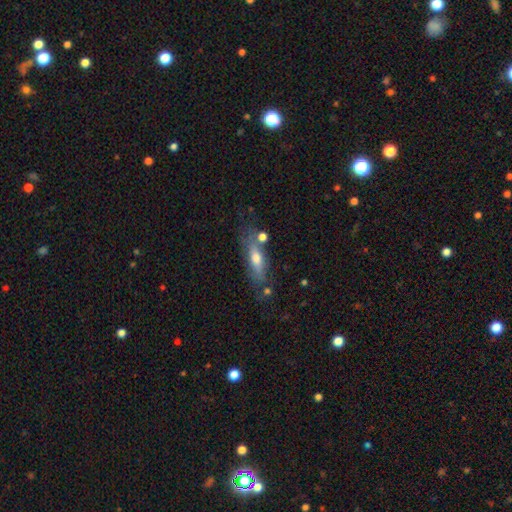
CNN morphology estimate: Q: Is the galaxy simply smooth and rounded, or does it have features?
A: smooth — 47%.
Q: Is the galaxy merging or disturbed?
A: none — 67%.